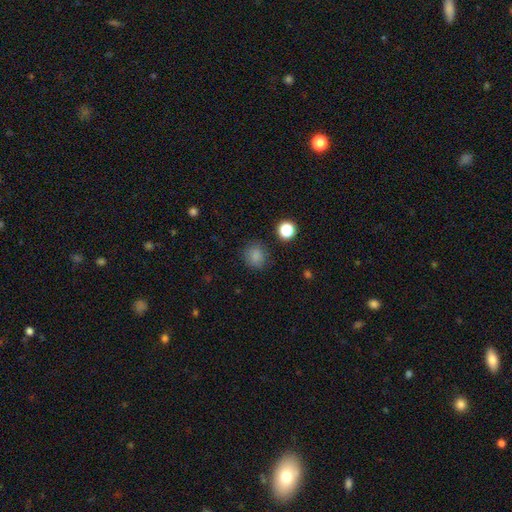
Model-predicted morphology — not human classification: Smooth or featured: smooth — 82% (star or artifact — 13%)
How rounded: round — 84% (in between — 15%)
Merging: none — 84% (minor disturbance — 11%)